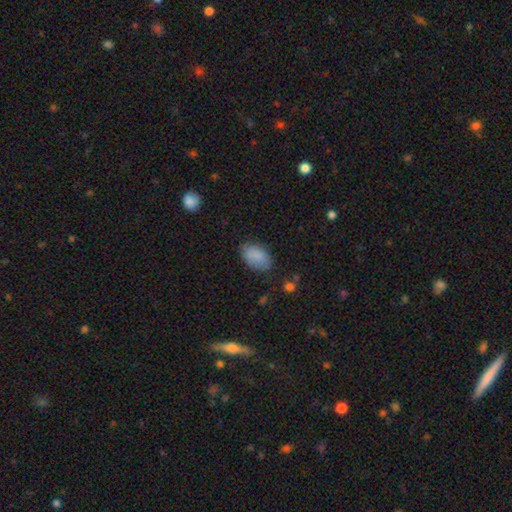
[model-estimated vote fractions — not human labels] Smooth or featured: smooth — 85% (star or artifact — 8%)
How rounded: in between — 91% (round — 8%)
Merging: none — 75% (minor disturbance — 19%)